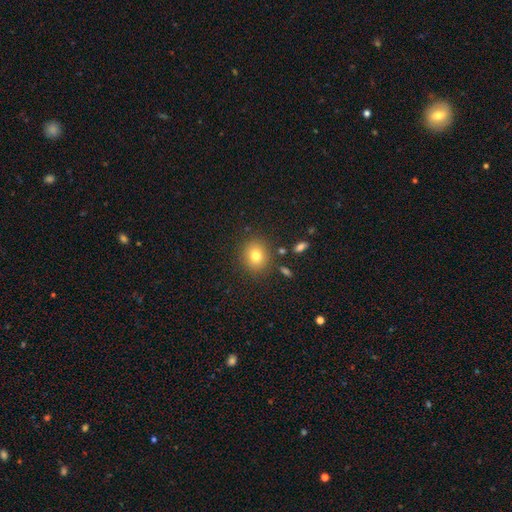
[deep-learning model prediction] Smooth or featured? Predicted: smooth (p=0.77). How rounded? Predicted: round (p=0.78). Merging? Predicted: none (p=0.84).